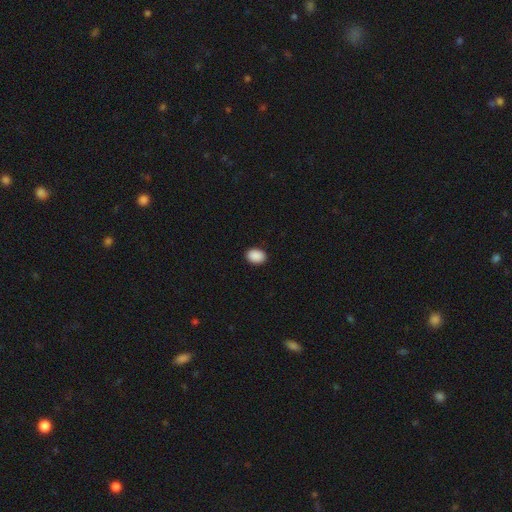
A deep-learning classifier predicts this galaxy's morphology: smooth-or-featured: smooth: 90% | star or artifact: 8% | featured or disk: 2%
  how-rounded: in between: 75% | round: 24% | cigar-shaped: 1%
  merging: none: 90% | minor disturbance: 7% | major disturbance: 2% | merger: 1%